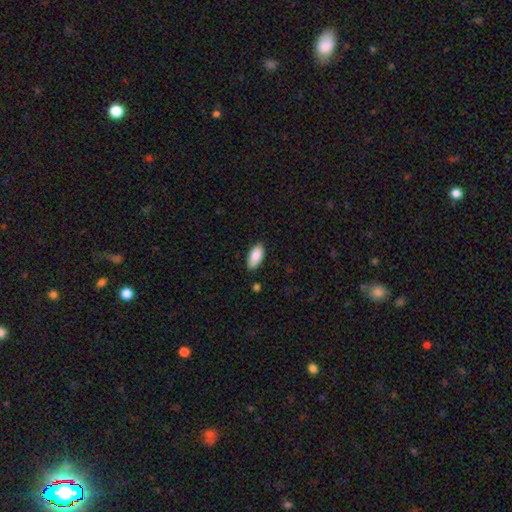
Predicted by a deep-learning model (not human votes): The model was most divided on "merging": none: 82%, minor disturbance: 14%, major disturbance: 2%, merger: 2%. More confident: how rounded — in between (91%); smooth or featured — smooth (88%).